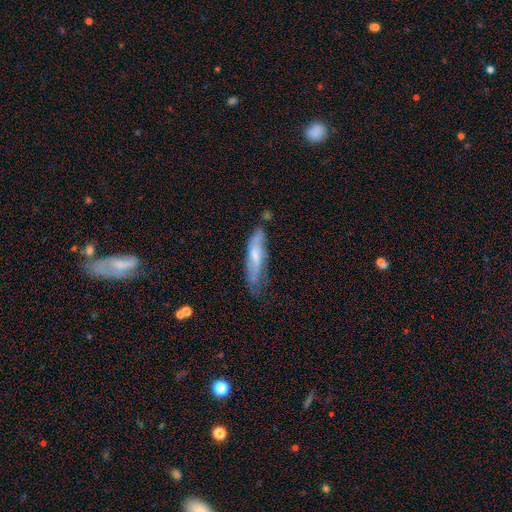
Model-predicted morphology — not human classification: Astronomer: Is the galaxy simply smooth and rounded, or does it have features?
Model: featured or disk — 49% (runner-up: smooth, 43%).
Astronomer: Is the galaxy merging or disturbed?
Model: none — 55% (runner-up: minor disturbance, 30%).